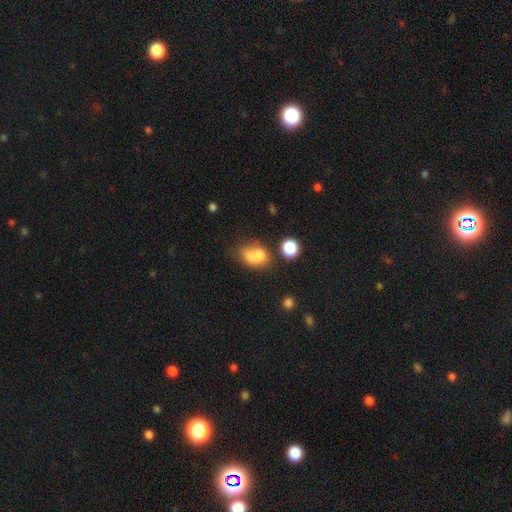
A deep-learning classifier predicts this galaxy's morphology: This is likely a smooth galaxy (69%). How rounded: possibly in between (51%). Merging: likely merger (60%).